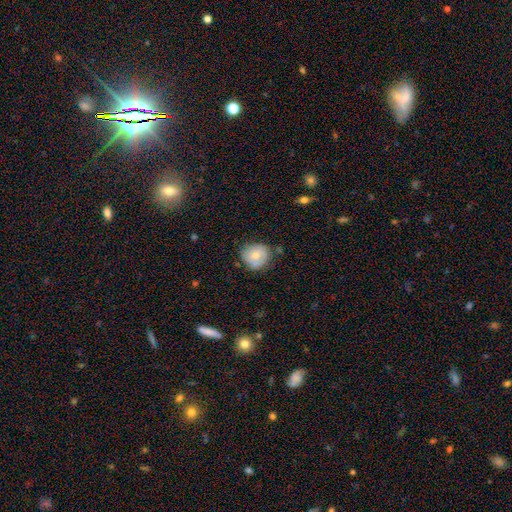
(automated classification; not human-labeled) This is likely a smooth galaxy (71%). How rounded: clearly round (80%). Merging: likely none (66%).